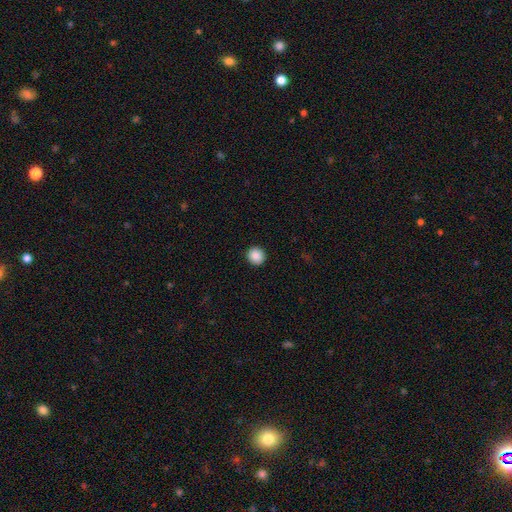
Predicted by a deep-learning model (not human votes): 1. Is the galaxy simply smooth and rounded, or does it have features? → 89% smooth, 9% star or artifact, 3% featured or disk.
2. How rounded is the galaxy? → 92% round, 7% in between, 1% cigar-shaped.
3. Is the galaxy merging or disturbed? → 93% none, 5% minor disturbance, 2% major disturbance, 1% merger.